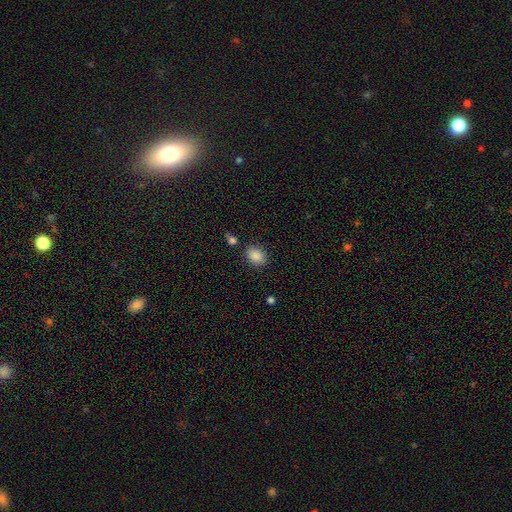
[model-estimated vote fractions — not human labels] Smooth or featured?
  - smooth: 87% *
  - star or artifact: 9%
  - featured or disk: 4%
How rounded?
  - in between: 66% *
  - round: 33%
  - cigar-shaped: 1%
Merging?
  - none: 83% *
  - minor disturbance: 11%
  - merger: 3%
  - major disturbance: 3%